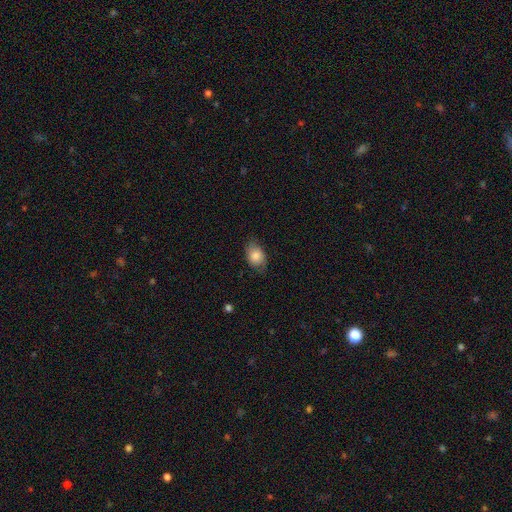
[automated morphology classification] type=smooth (80%); roundness=in between (77%); merging=none (71%).